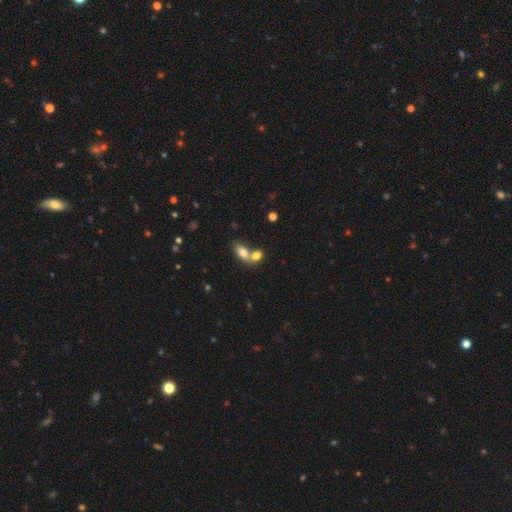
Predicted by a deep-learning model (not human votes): Q: Smooth or featured?
A: smooth (77%); runner-up: featured or disk (14%)
Q: How rounded?
A: in between (80%); runner-up: round (16%)
Q: Merging?
A: merger (65%); runner-up: none (26%)